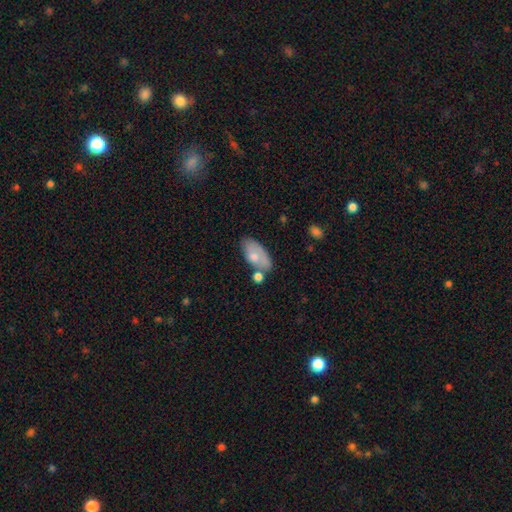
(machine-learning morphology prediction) A smooth galaxy with no disk features (69%) that is in between round and cigar-shaped (92%). Merging: none (50%).